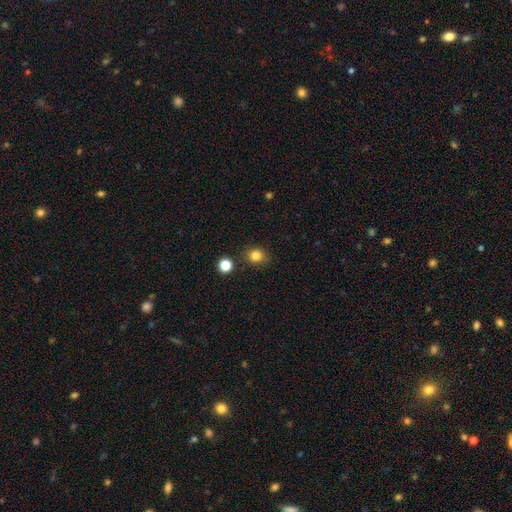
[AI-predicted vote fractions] A smooth galaxy with no disk features (83%) that is round (70%). Merging: none (82%).